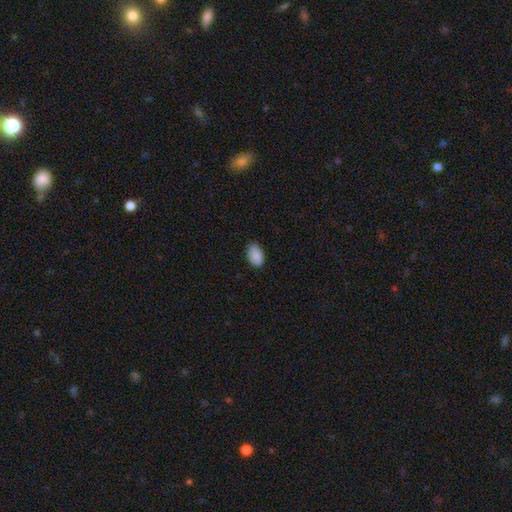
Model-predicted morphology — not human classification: Smooth or featured?
  - smooth: 89% *
  - star or artifact: 7%
  - featured or disk: 4%
How rounded?
  - in between: 92% *
  - round: 7%
  - cigar-shaped: 1%
Merging?
  - none: 82% *
  - minor disturbance: 15%
  - major disturbance: 2%
  - merger: 1%